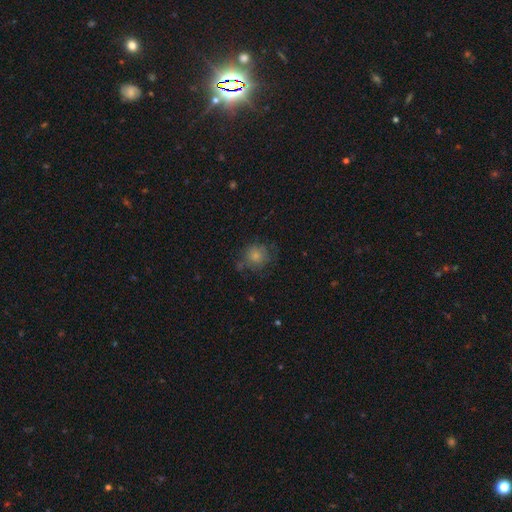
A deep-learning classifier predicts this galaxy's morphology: smooth_or_featured: smooth (p=0.74) [alt: featured or disk p=0.15]
how_rounded: round (p=0.84) [alt: in between p=0.15]
merging: none (p=0.58) [alt: minor disturbance p=0.25]